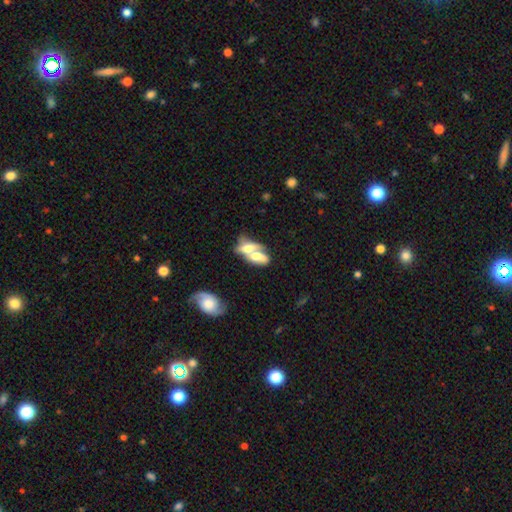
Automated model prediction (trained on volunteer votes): A smooth galaxy with no disk features (49%). Merging: merger (72%).